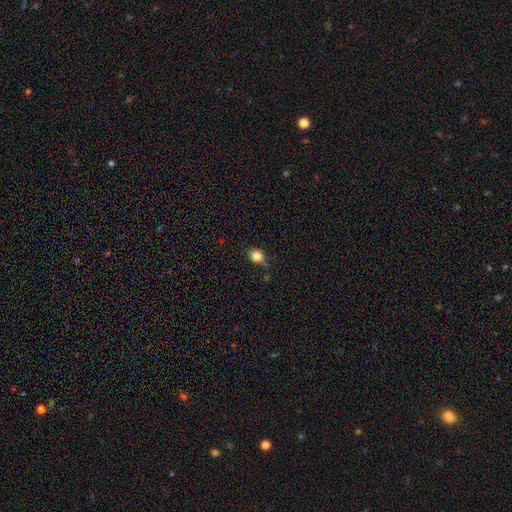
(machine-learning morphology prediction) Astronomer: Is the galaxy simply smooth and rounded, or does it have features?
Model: smooth — 84%.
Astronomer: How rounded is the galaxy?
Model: round — 71%.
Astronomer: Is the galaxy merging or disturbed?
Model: none — 76%.